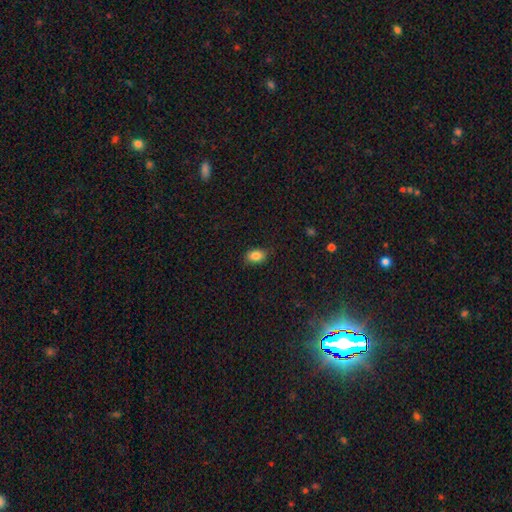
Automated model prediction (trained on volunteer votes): Smooth or featured?
  - smooth: 85% *
  - star or artifact: 9%
  - featured or disk: 6%
How rounded?
  - in between: 81% *
  - round: 17%
  - cigar-shaped: 1%
Merging?
  - none: 84% *
  - minor disturbance: 13%
  - major disturbance: 3%
  - merger: 1%